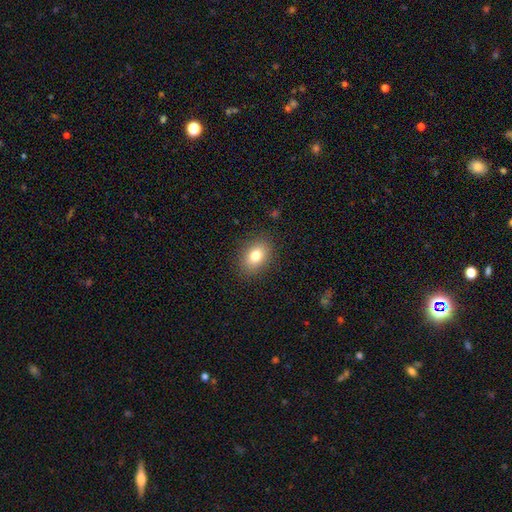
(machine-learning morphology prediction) Smooth or featured? smooth (78%)
How rounded? in between (74%)
Merging? none (87%)